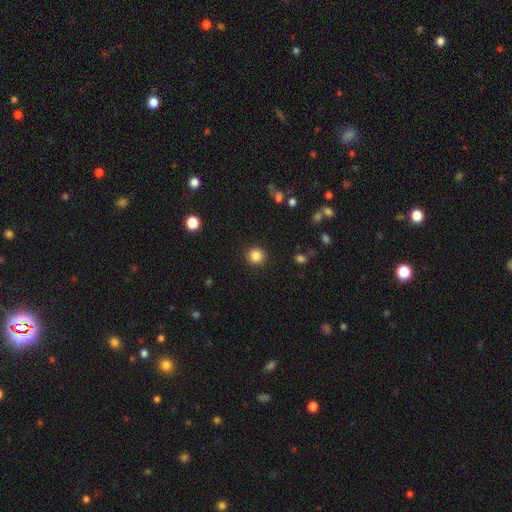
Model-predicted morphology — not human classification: A smooth galaxy with no disk features (85%) that is round (93%). Merging: none (91%).